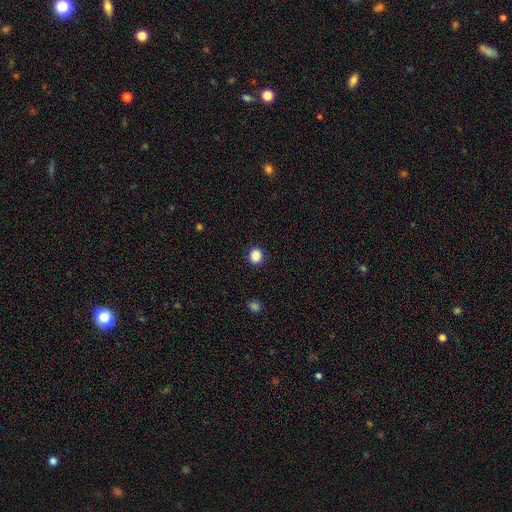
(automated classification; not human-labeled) Smooth or featured?
  - smooth: 87% *
  - star or artifact: 10%
  - featured or disk: 3%
How rounded?
  - round: 76% *
  - in between: 23%
  - cigar-shaped: 1%
Merging?
  - none: 91% *
  - minor disturbance: 6%
  - major disturbance: 2%
  - merger: 1%